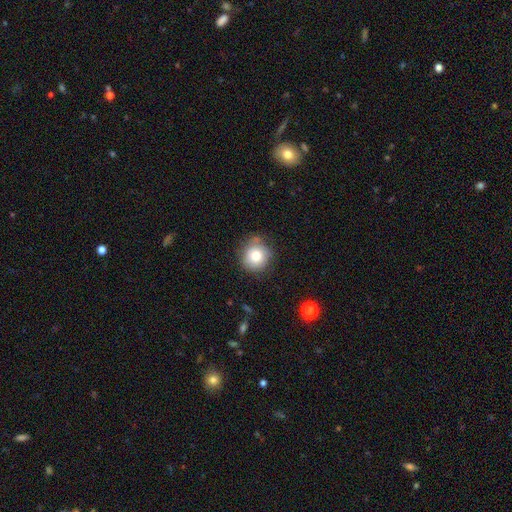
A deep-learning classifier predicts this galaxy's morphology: A smooth galaxy with no disk features (78%) that is round (88%). Merging: none (70%).